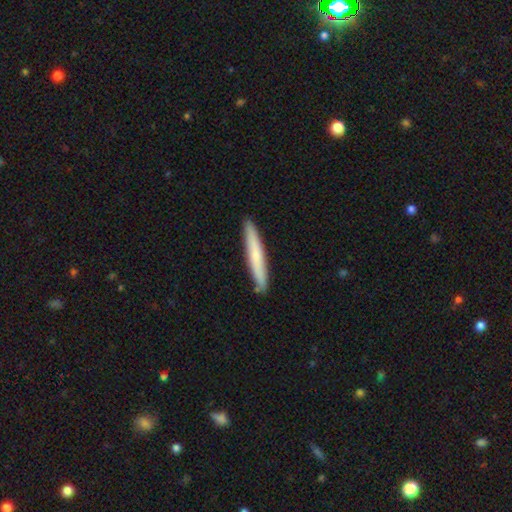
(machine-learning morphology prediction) This appears to be a smooth galaxy with no disk features (62%) that is cigar-shaped (95%). Merging: none (90%).